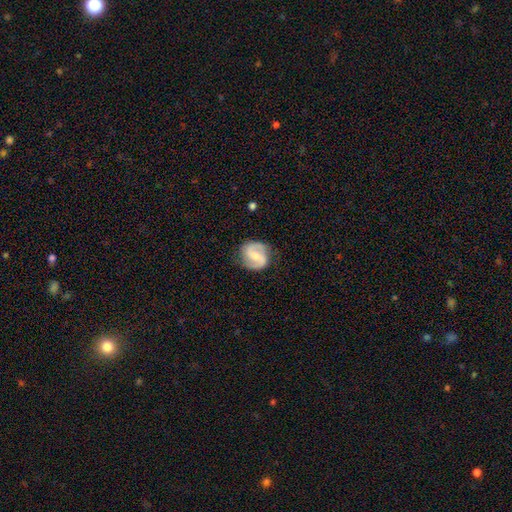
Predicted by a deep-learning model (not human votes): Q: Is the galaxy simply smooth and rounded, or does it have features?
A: featured or disk — 81%.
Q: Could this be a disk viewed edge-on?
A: no — 98%.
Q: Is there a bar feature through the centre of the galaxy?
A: weak — 47%.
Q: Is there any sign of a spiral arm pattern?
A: yes — 95%.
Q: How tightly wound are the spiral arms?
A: medium — 50%.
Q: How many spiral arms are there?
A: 2 — 92%.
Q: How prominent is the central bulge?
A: small — 47%.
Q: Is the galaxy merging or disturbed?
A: none — 82%.